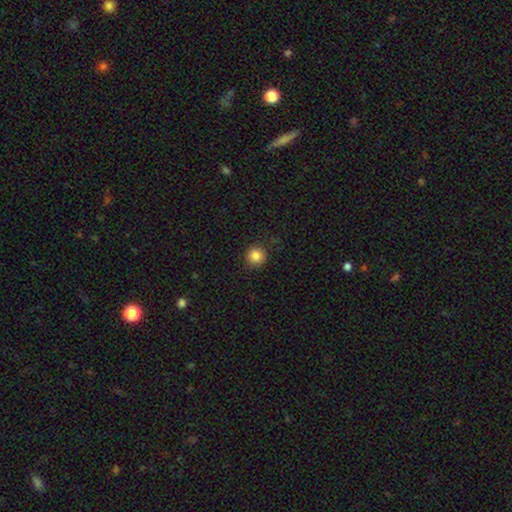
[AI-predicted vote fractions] This appears to be a smooth galaxy with no disk features (85%) that is round (94%). Merging: none (90%).